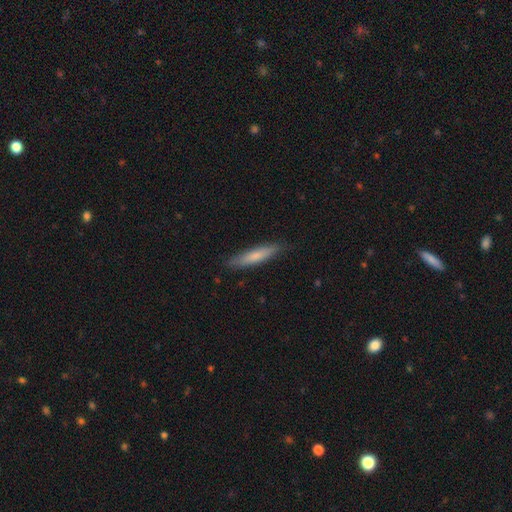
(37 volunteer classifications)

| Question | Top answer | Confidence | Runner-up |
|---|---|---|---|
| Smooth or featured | smooth | 65% | featured or disk (30%) |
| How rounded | cigar-shaped | 83% | in between (17%) |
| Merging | none | 77% | minor disturbance (20%) |